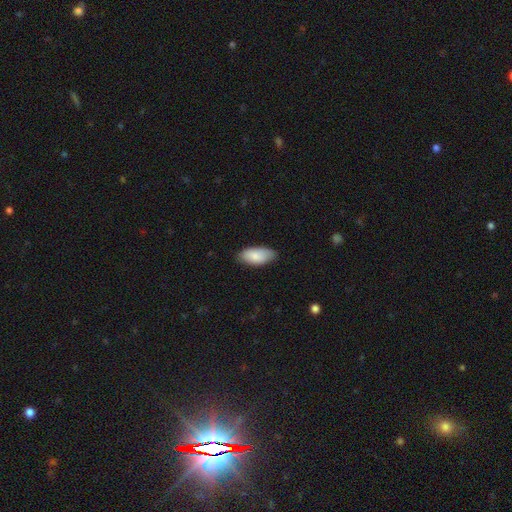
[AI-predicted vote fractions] This is clearly a smooth galaxy (85%). How rounded: clearly in between (91%). Merging: likely none (79%).